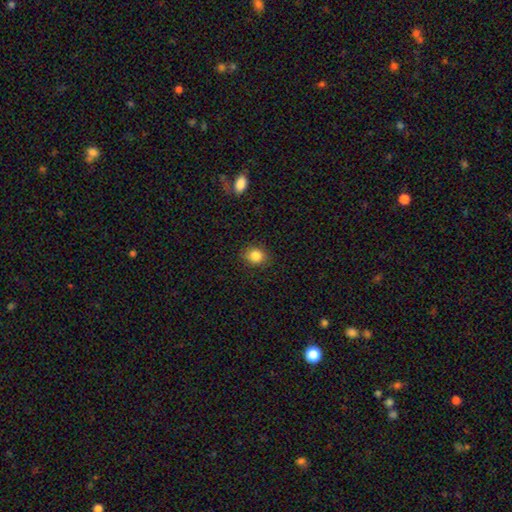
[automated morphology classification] Smooth or featured: smooth — 85% (star or artifact — 10%)
How rounded: round — 63% (in between — 36%)
Merging: none — 86% (minor disturbance — 10%)